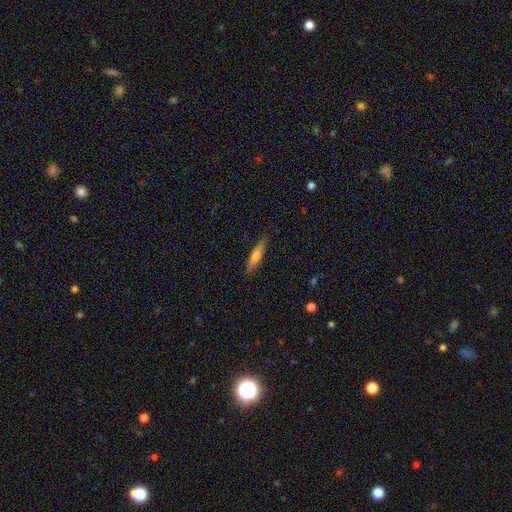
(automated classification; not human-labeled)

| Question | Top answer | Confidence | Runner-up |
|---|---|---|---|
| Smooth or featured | smooth | 57% | featured or disk (37%) |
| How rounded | cigar-shaped | 85% | in between (14%) |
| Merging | none | 85% | minor disturbance (12%) |